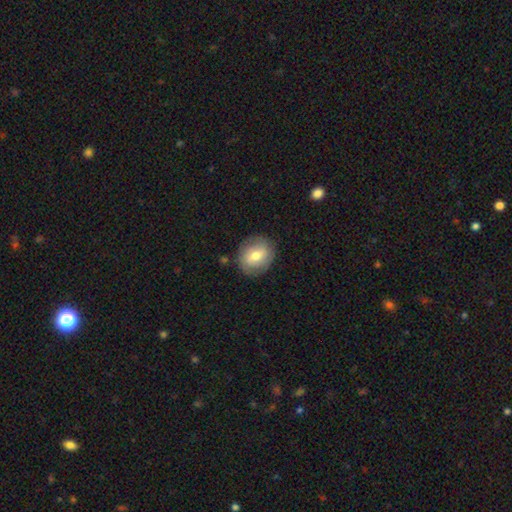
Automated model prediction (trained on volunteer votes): A smooth galaxy with no disk features (64%) that is round (67%). Merging: none (83%).